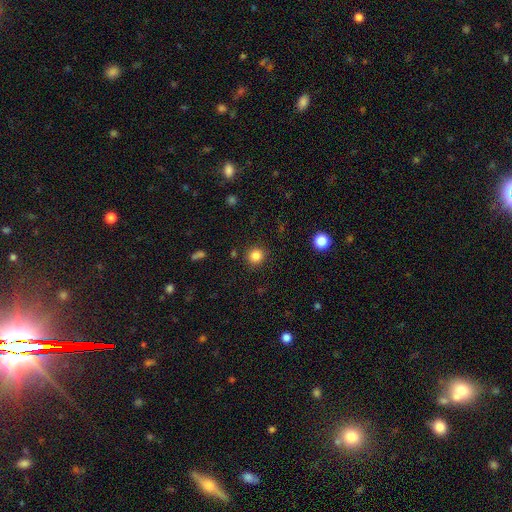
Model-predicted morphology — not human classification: smooth 84%, star or artifact 12%, featured or disk 4%. Down the decision tree: how rounded — round (92%); merging — none (90%).